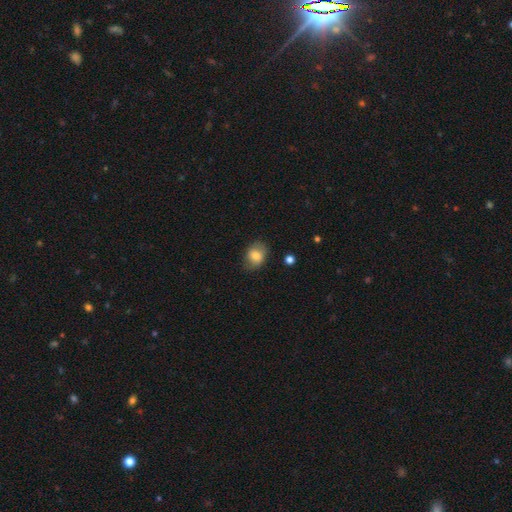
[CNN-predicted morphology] A smooth galaxy with no disk features (78%) that is in between round and cigar-shaped (63%).

Vote fractions:
- Smooth or featured? smooth: 78% / featured or disk: 14% / star or artifact: 8%
- How rounded? in between: 63% / round: 36% / cigar-shaped: 1%
- Merging? none: 75% / minor disturbance: 19% / major disturbance: 5% / merger: 1%